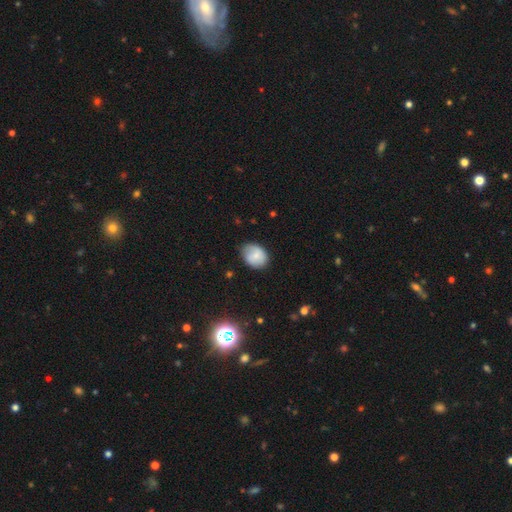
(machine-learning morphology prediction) This appears to be a smooth galaxy with no disk features (72%) that is in between round and cigar-shaped (58%). Merging: none (67%).